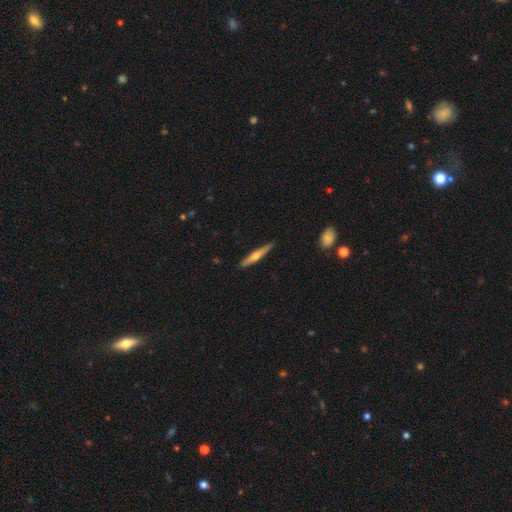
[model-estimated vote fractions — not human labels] Smooth or featured?
  - featured or disk: 54% *
  - smooth: 40%
  - star or artifact: 6%
Edge-on disk?
  - yes: 96% *
  - no: 4%
Edge-on bulge?
  - rounded: 86% *
  - none: 10%
  - boxy: 4%
Merging?
  - none: 89% *
  - minor disturbance: 8%
  - major disturbance: 1%
  - merger: 1%